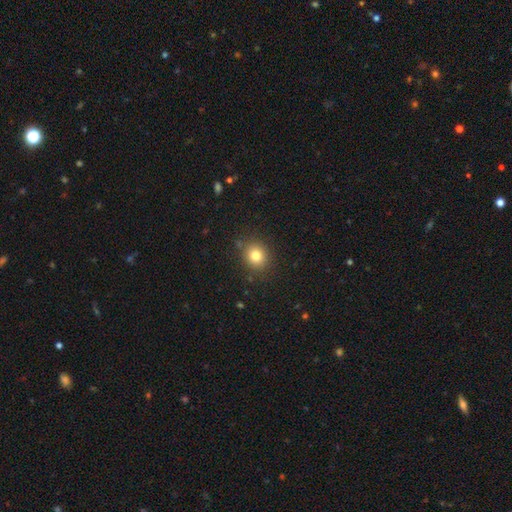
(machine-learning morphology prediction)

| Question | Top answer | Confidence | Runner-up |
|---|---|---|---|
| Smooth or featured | smooth | 81% | star or artifact (12%) |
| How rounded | round | 80% | in between (19%) |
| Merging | none | 85% | minor disturbance (10%) |